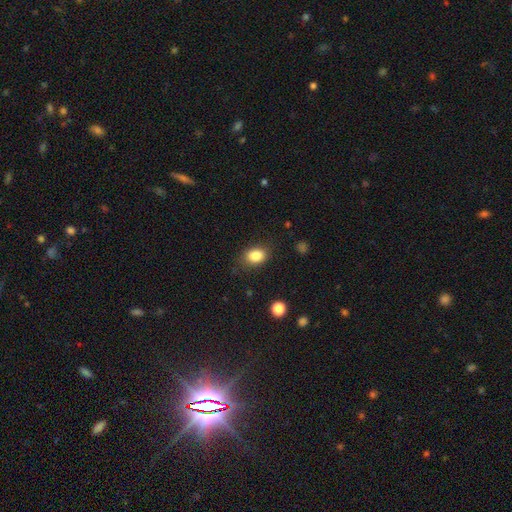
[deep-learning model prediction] Smooth or featured? Predicted: smooth (p=0.85). How rounded? Predicted: in between (p=0.65). Merging? Predicted: none (p=0.79).